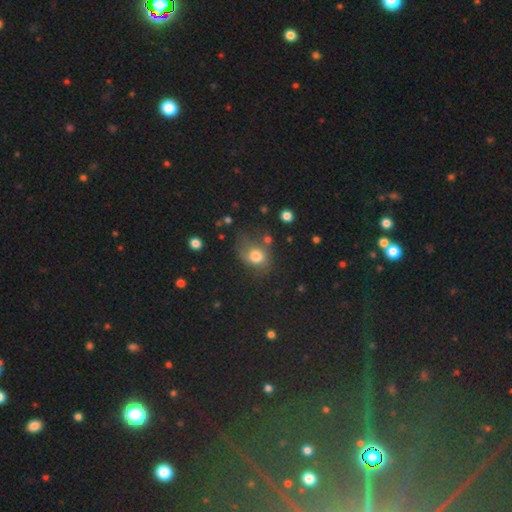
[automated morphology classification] Smooth or featured? smooth (74%)
How rounded? round (56%)
Merging? none (50%)